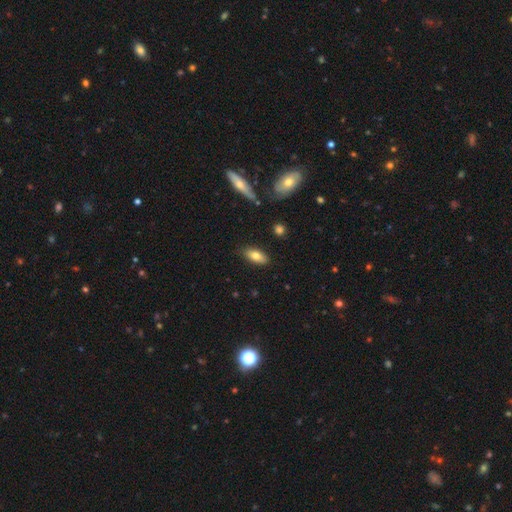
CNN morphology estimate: smooth 77%, featured or disk 16%, star or artifact 7%. Down the decision tree: how rounded — in between (84%); merging — none (84%).